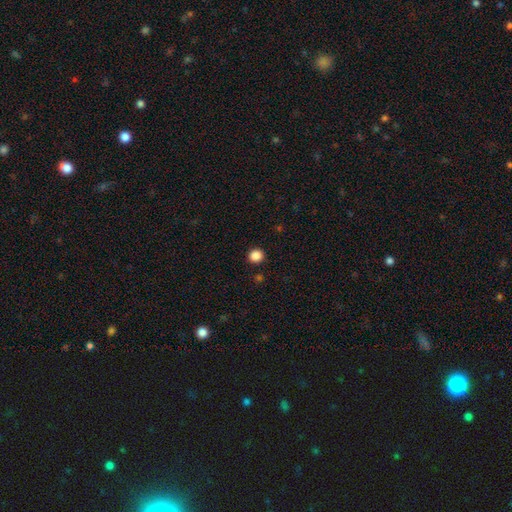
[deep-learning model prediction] Smooth or featured? Predicted: smooth (p=0.87). How rounded? Predicted: round (p=0.92). Merging? Predicted: none (p=0.92).